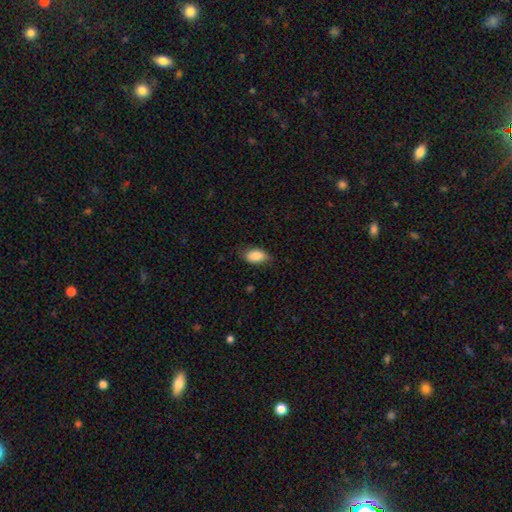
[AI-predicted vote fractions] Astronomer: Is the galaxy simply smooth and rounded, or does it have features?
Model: smooth — 85%.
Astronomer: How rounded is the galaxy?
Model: in between — 91%.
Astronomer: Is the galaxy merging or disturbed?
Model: none — 74%.